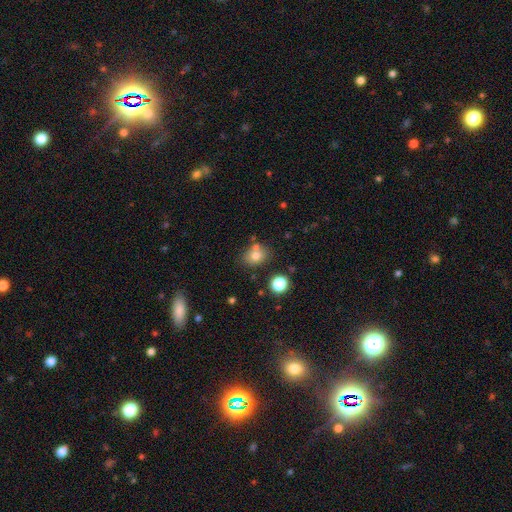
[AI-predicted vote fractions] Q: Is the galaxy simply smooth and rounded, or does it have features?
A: smooth — 75%.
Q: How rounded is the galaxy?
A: round — 50%.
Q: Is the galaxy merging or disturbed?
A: none — 67%.